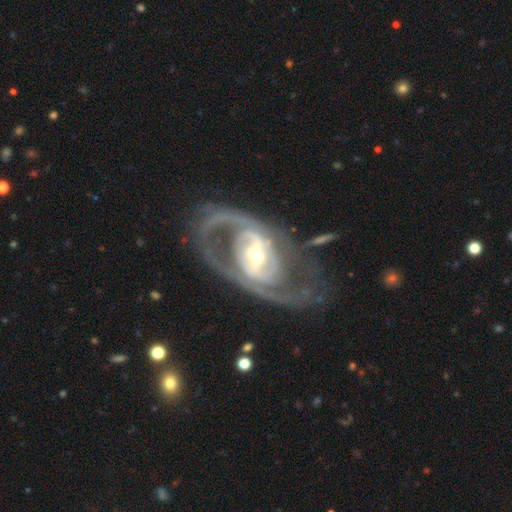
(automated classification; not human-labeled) featured or disk 88%, smooth 8%, star or artifact 4%. Down the decision tree: edge-on disk — no (94%); bar — strong (44%); spiral arms — yes (81%); spiral arm count — 2 (75%); spiral winding — medium (43%); bulge size — moderate (54%); merging — none (60%).